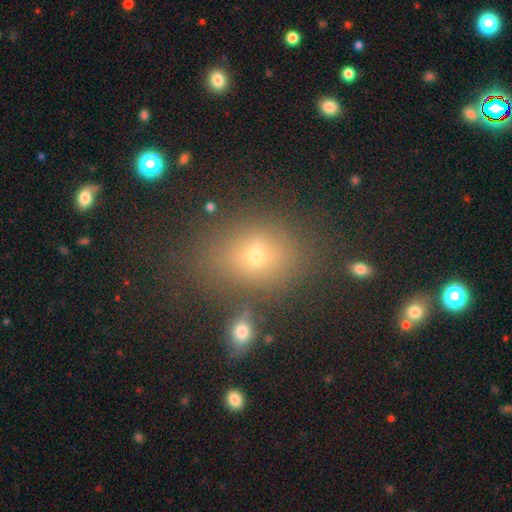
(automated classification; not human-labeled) Smooth or featured? Predicted: smooth (p=0.64). How rounded? Predicted: in between (p=0.58). Merging? Predicted: none (p=0.66).